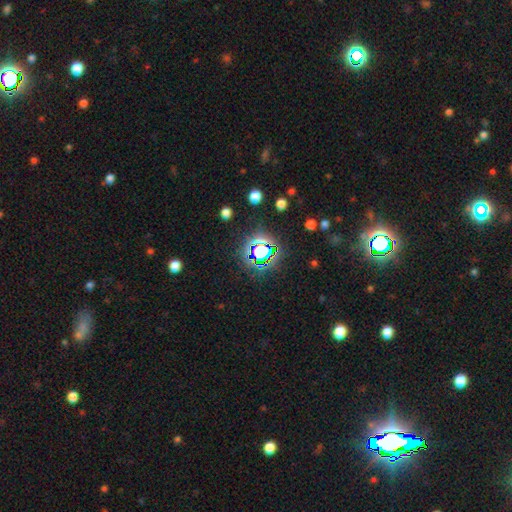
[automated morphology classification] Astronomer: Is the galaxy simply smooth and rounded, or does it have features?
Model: star or artifact — 68%.